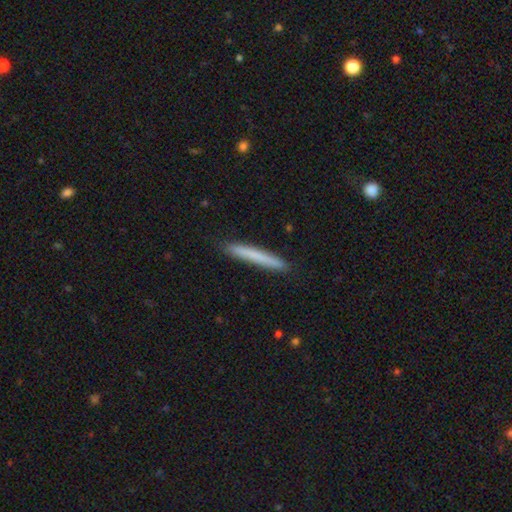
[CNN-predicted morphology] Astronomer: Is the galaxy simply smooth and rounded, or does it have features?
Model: smooth — 73%.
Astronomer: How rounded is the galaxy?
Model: cigar-shaped — 97%.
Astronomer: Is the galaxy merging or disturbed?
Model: none — 90%.